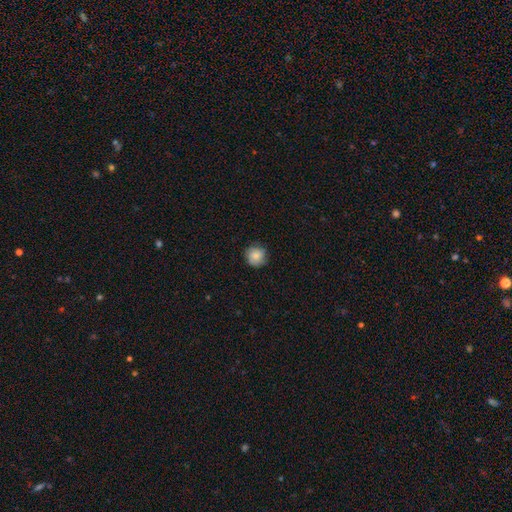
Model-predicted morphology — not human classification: Smooth or featured? smooth (81%)
How rounded? round (91%)
Merging? none (80%)